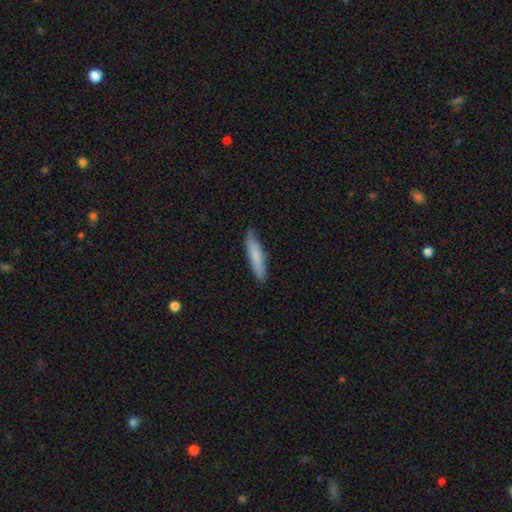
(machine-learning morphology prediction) This is likely a smooth galaxy (78%). How rounded: clearly cigar-shaped (87%). Merging: clearly none (85%).